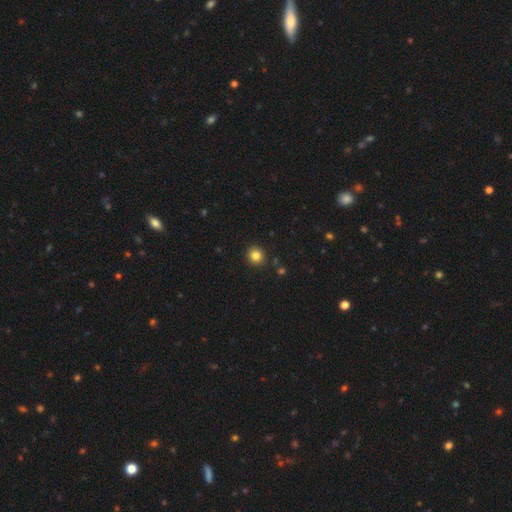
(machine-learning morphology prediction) smooth_or_featured: smooth (p=0.83) [alt: star or artifact p=0.12]
how_rounded: round (p=0.93) [alt: in between p=0.07]
merging: none (p=0.91) [alt: minor disturbance p=0.06]